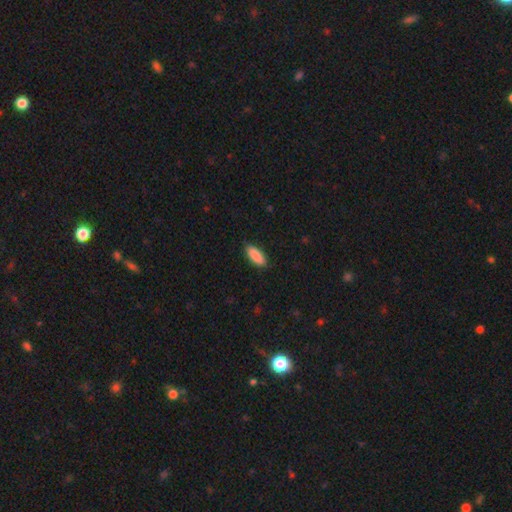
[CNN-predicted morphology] smooth_or_featured: smooth (p=0.90) [alt: star or artifact p=0.06]
how_rounded: in between (p=0.78) [alt: cigar-shaped p=0.21]
merging: none (p=0.89) [alt: minor disturbance p=0.09]